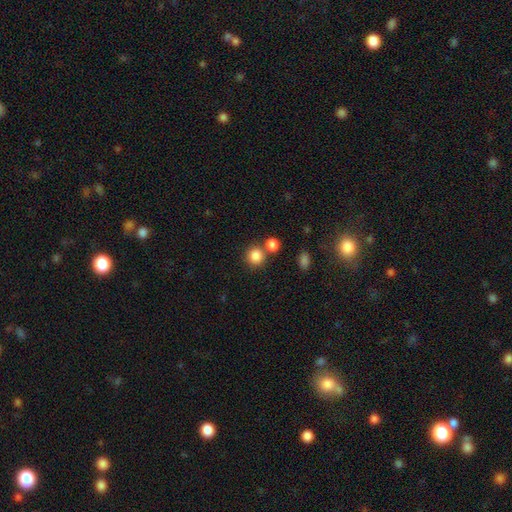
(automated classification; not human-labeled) Q: Smooth or featured?
A: smooth (85%); runner-up: star or artifact (10%)
Q: How rounded?
A: round (89%); runner-up: in between (10%)
Q: Merging?
A: none (67%); runner-up: merger (22%)